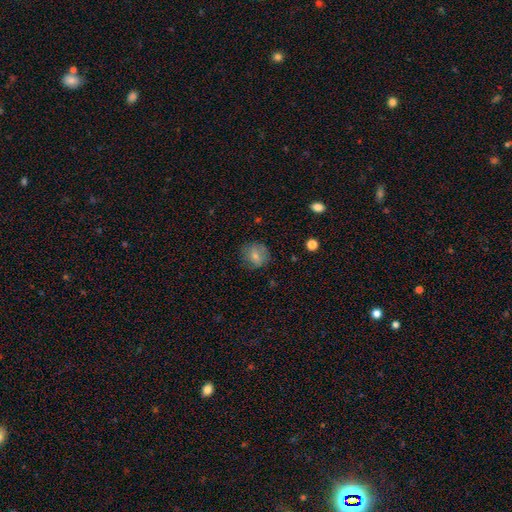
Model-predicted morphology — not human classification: smooth 71%, featured or disk 19%, star or artifact 10%. Down the decision tree: how rounded — round (77%); merging — none (75%).